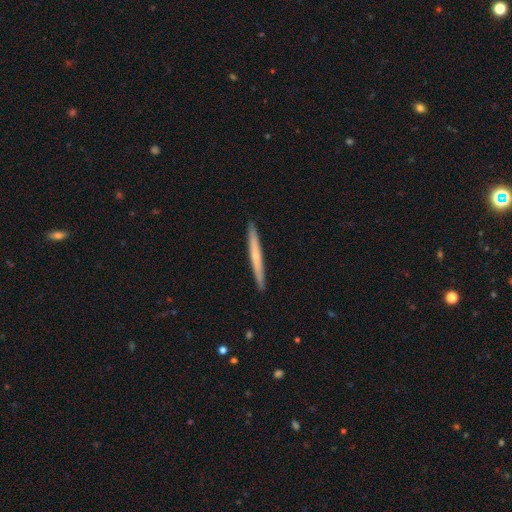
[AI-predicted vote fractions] Smooth or featured? smooth (48%)
Merging? none (92%)